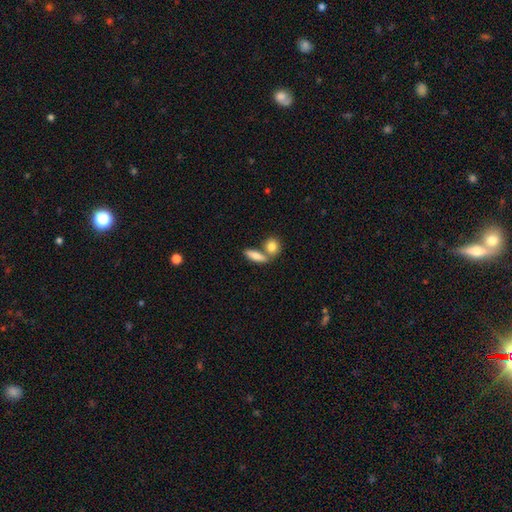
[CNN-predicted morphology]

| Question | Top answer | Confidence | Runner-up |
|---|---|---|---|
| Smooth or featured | smooth | 79% | featured or disk (15%) |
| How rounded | in between | 54% | cigar-shaped (37%) |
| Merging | none | 52% | merger (34%) |